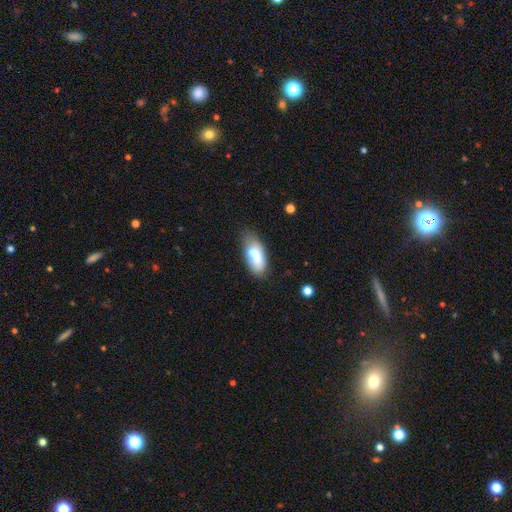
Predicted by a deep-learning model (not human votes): This is likely a smooth galaxy (77%). How rounded: clearly in between (88%). Merging: possibly none (56%).